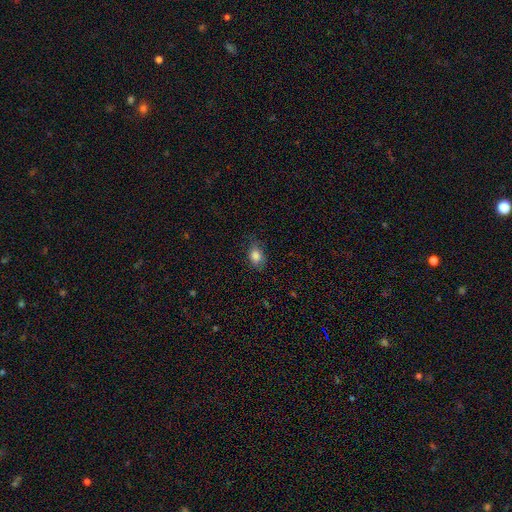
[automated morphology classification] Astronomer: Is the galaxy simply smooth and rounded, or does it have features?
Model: smooth — 84%.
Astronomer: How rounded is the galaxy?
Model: in between — 78%.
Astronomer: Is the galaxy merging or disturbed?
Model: none — 70%.